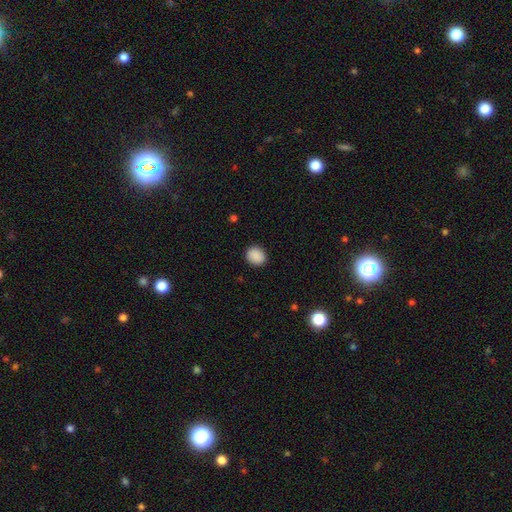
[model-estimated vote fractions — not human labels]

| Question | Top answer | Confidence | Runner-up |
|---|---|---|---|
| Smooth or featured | smooth | 89% | star or artifact (8%) |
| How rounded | round | 74% | in between (25%) |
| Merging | none | 90% | minor disturbance (7%) |